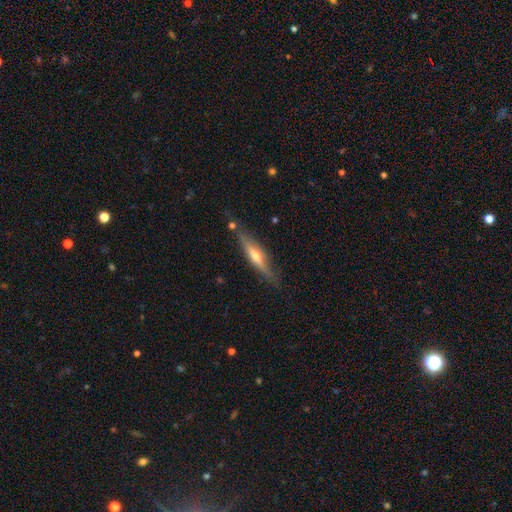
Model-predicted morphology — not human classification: A featured or disk galaxy (67%) viewed edge-on (95%) with a rounded central bulge (83%).

Vote fractions:
- Smooth or featured? featured or disk: 67% / smooth: 27% / star or artifact: 6%
- Edge-on disk? yes: 95% / no: 5%
- Edge-on bulge? rounded: 83% / none: 9% / boxy: 8%
- Merging? none: 81% / minor disturbance: 13% / merger: 3% / major disturbance: 3%